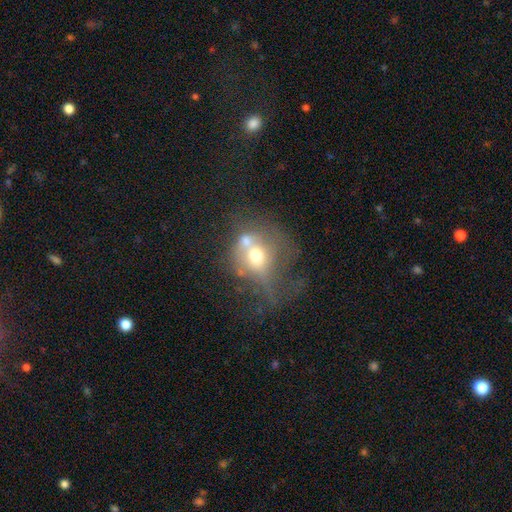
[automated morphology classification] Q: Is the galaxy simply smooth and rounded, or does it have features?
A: smooth — 48%.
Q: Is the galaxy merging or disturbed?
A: merger — 38%.